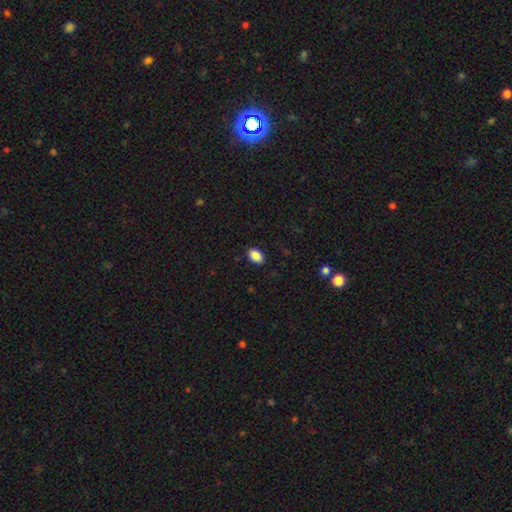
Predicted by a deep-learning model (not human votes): Overall: smooth (88%). How rounded: in between (91%). Merging: none (89%).